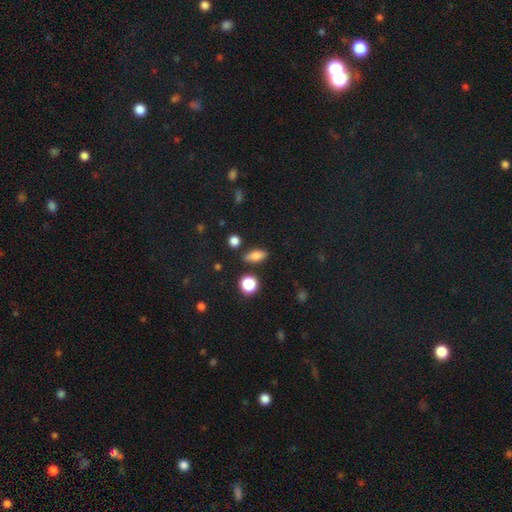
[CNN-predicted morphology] Q: Smooth or featured?
A: smooth (76%); runner-up: featured or disk (14%)
Q: How rounded?
A: in between (74%); runner-up: cigar-shaped (15%)
Q: Merging?
A: none (82%); runner-up: minor disturbance (11%)